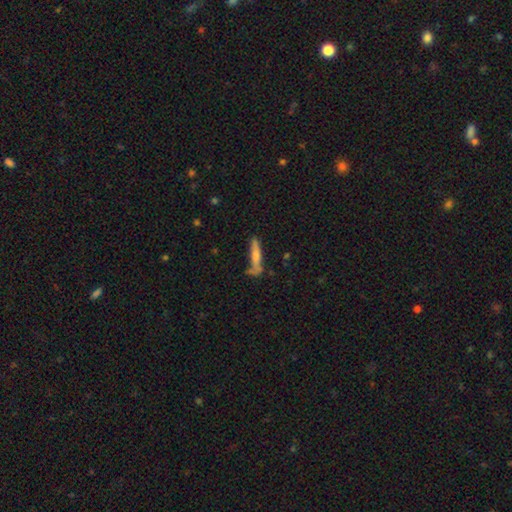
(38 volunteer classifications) Smooth or featured? 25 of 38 (66%) said smooth. How rounded? 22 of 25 (88%) said cigar-shaped. Merging? 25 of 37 (68%) said none.